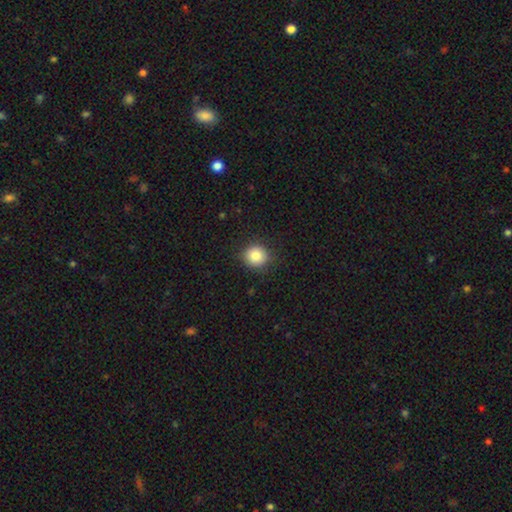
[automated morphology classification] Smooth or featured?
  - smooth: 84% *
  - star or artifact: 10%
  - featured or disk: 6%
How rounded?
  - round: 87% *
  - in between: 12%
  - cigar-shaped: 1%
Merging?
  - none: 88% *
  - minor disturbance: 9%
  - major disturbance: 2%
  - merger: 1%